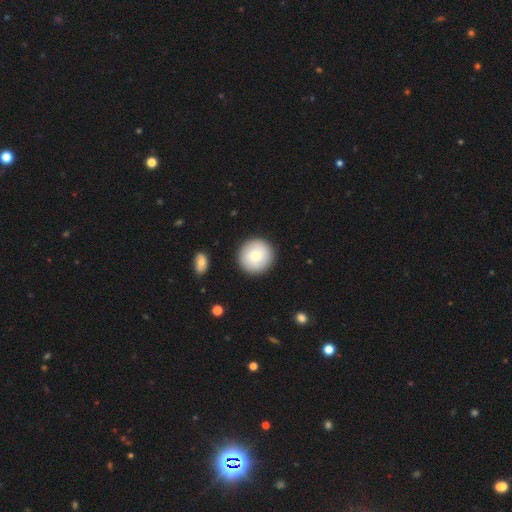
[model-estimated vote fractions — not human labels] This appears to be a smooth galaxy with no disk features (76%) that is round (96%). Merging: none (91%).